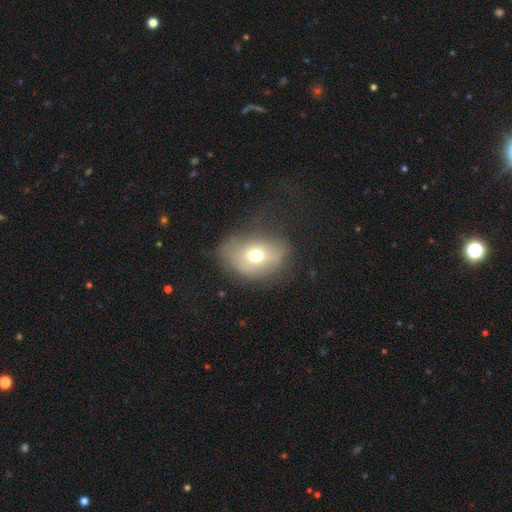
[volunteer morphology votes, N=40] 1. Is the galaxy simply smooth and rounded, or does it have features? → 70% smooth, 25% featured or disk, 5% star or artifact.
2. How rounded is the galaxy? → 64% in between, 36% round, 0% cigar-shaped.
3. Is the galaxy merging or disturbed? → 55% none, 32% minor disturbance, 13% major disturbance, 0% merger.